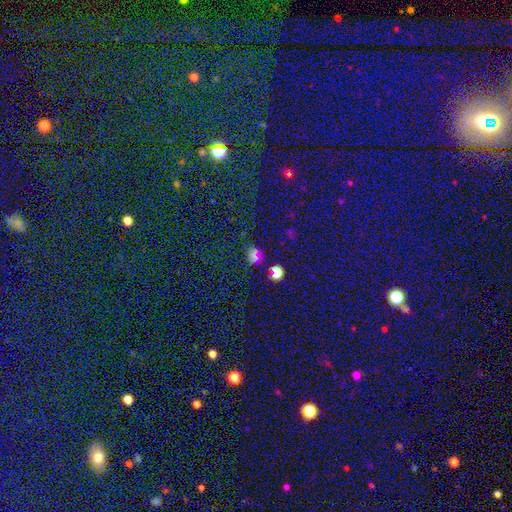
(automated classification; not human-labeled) Overall: smooth (51%; star or artifact 39%). How rounded: round (63%; in between 36%). Merging: none (75%).